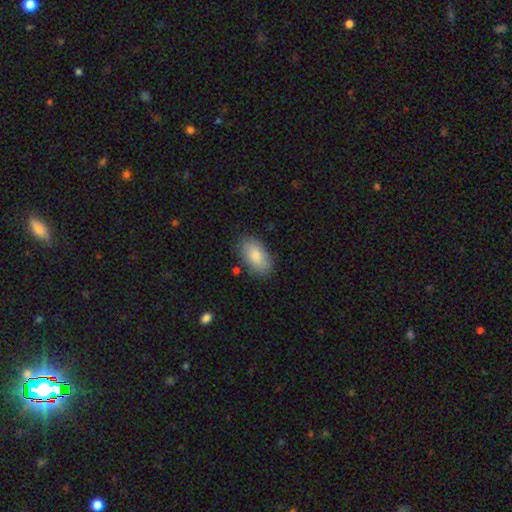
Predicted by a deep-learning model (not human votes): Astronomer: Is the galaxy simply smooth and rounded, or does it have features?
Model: smooth — 81%.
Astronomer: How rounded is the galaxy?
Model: in between — 94%.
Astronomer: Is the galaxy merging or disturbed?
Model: none — 78%.